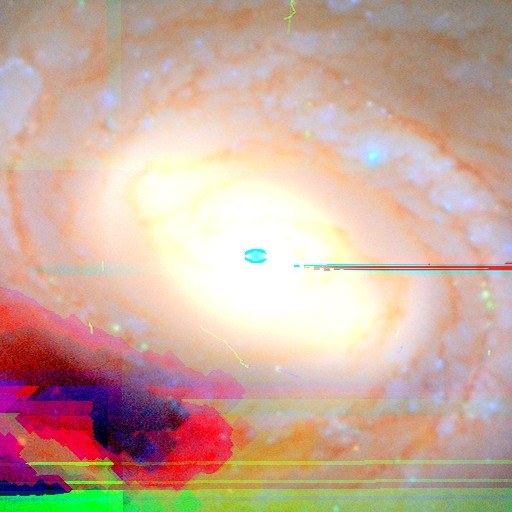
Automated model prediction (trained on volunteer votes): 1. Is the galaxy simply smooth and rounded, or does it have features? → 76% featured or disk, 14% star or artifact, 10% smooth.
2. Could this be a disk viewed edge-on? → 85% no, 15% yes.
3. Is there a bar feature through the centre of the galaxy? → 45% strong, 29% no, 26% weak.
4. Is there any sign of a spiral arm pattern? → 79% yes, 21% no.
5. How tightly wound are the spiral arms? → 67% tight, 22% medium, 11% loose.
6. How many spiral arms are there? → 34% can't tell, 25% 2, 11% 3, 11% more than 4, 10% 4, 10% 1.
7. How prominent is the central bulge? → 49% moderate, 27% large, 15% small, 6% dominant, 3% none.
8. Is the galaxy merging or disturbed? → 76% none, 13% minor disturbance, 8% major disturbance, 3% merger.